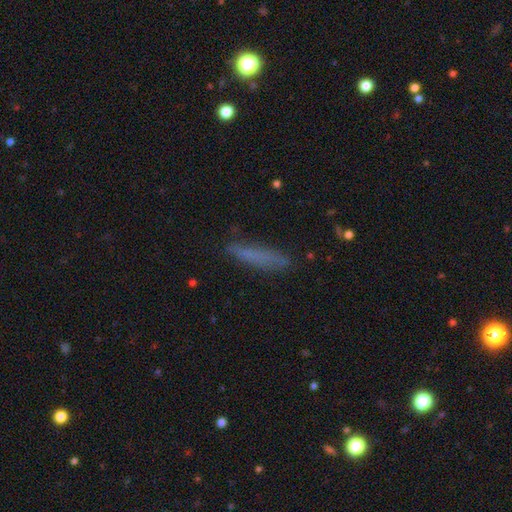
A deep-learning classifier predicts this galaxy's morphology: This appears to be a smooth galaxy with no disk features (70%) that is cigar-shaped (86%). Merging: none (77%).